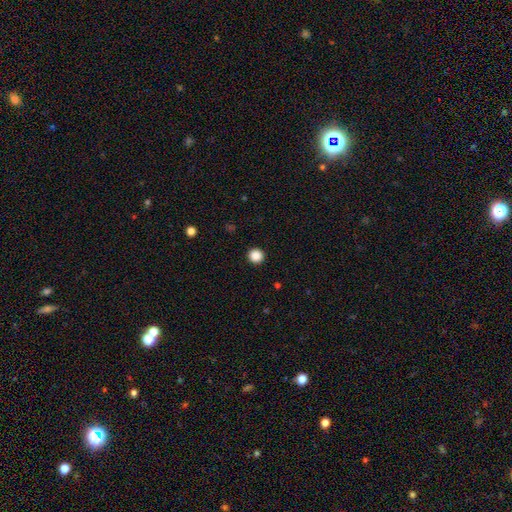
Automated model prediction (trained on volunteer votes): Q: Smooth or featured?
A: smooth (87%); runner-up: star or artifact (10%)
Q: How rounded?
A: round (96%); runner-up: in between (3%)
Q: Merging?
A: none (93%); runner-up: minor disturbance (4%)